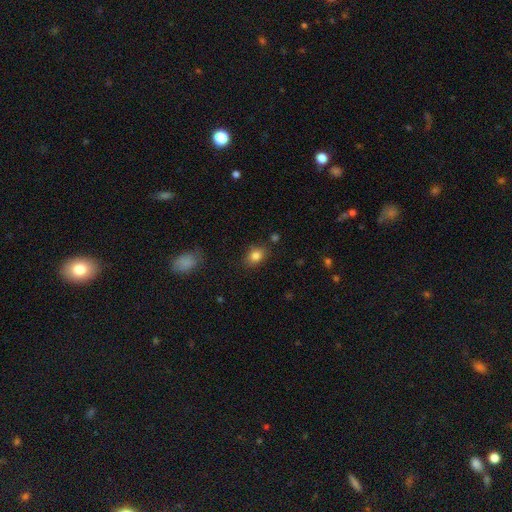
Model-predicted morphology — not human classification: Q: Smooth or featured?
A: smooth (83%); runner-up: star or artifact (10%)
Q: How rounded?
A: in between (66%); runner-up: round (33%)
Q: Merging?
A: none (79%); runner-up: minor disturbance (14%)